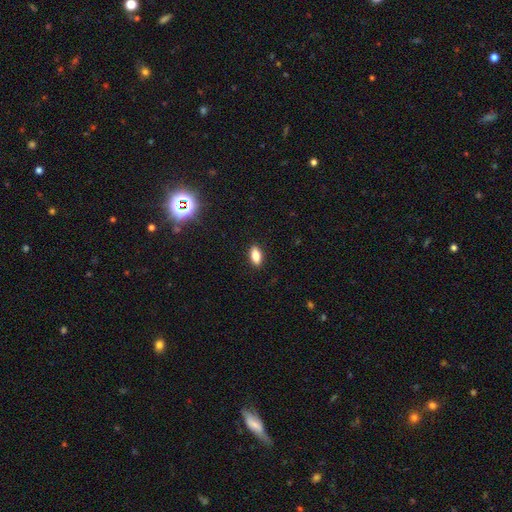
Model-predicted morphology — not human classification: Smooth or featured? smooth (81%)
How rounded? in between (87%)
Merging? none (89%)